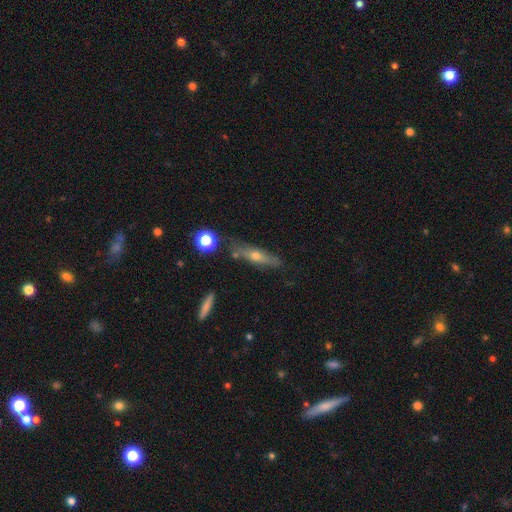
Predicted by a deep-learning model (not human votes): The model was most divided on "smooth or featured": featured or disk: 52%, smooth: 39%, star or artifact: 9%. More confident: edge-on disk — yes (78%); merging — none (74%).